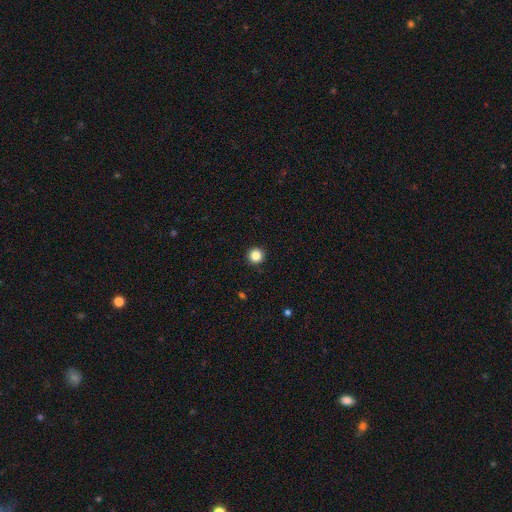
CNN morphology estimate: type=smooth (86%); roundness=round (96%); merging=none (94%).